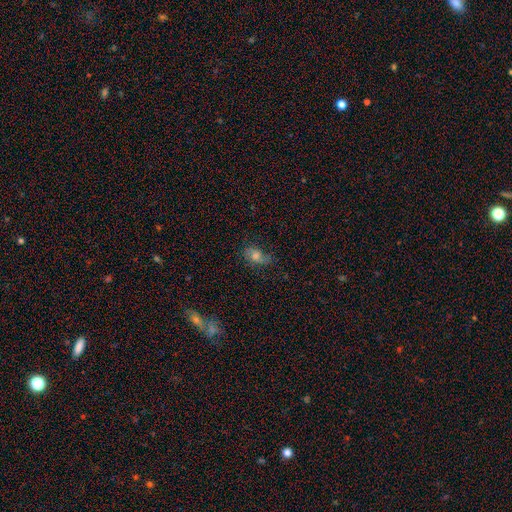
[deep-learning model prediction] The model was most divided on "smooth or featured": smooth: 56%, featured or disk: 28%, star or artifact: 16%. More confident: how rounded — in between (74%); merging — none (59%).